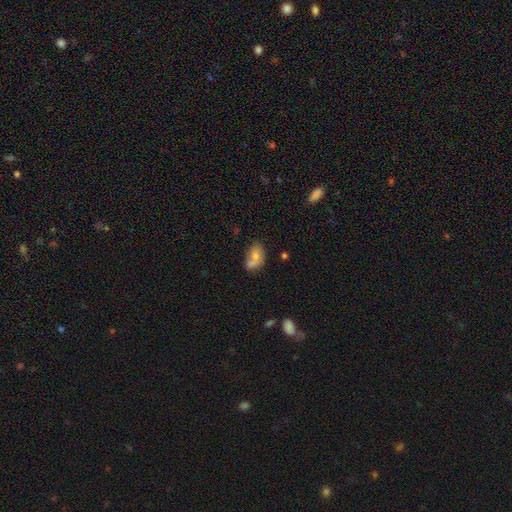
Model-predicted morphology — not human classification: This is likely a smooth galaxy (68%). How rounded: clearly in between (84%). Merging: marginally none (37%).